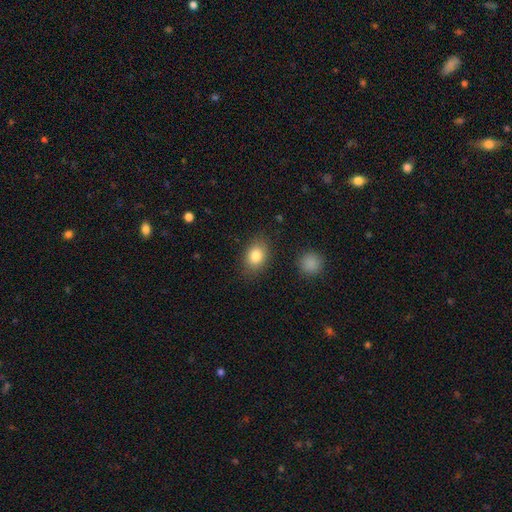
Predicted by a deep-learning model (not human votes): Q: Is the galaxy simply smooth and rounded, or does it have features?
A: smooth — 83%.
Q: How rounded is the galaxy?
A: in between — 71%.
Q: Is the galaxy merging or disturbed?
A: none — 83%.